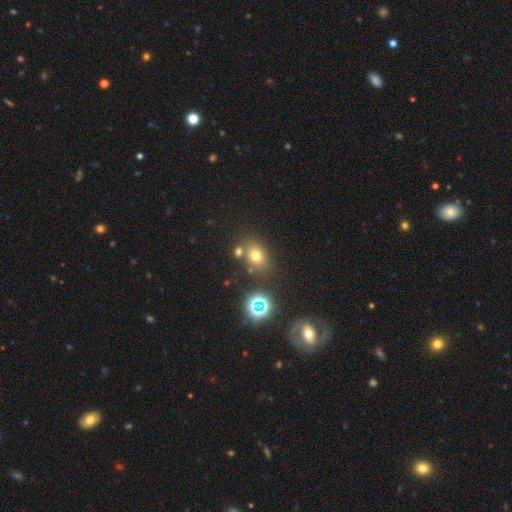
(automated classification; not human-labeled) Q: Smooth or featured?
A: smooth (66%); runner-up: star or artifact (23%)
Q: How rounded?
A: in between (55%); runner-up: round (43%)
Q: Merging?
A: none (69%); runner-up: merger (14%)